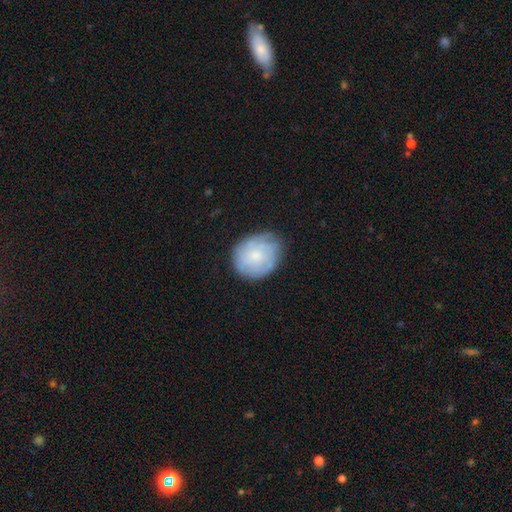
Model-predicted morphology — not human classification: Overall: smooth (52%; featured or disk 41%). How rounded: round (63%; in between 36%). Merging: none (72%).